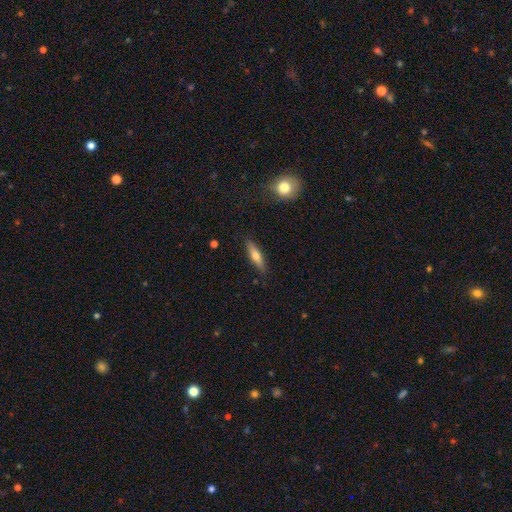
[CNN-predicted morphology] smooth_or_featured: smooth (p=0.58) [alt: featured or disk p=0.35]
how_rounded: cigar-shaped (p=0.70) [alt: in between p=0.28]
merging: none (p=0.86) [alt: minor disturbance p=0.10]